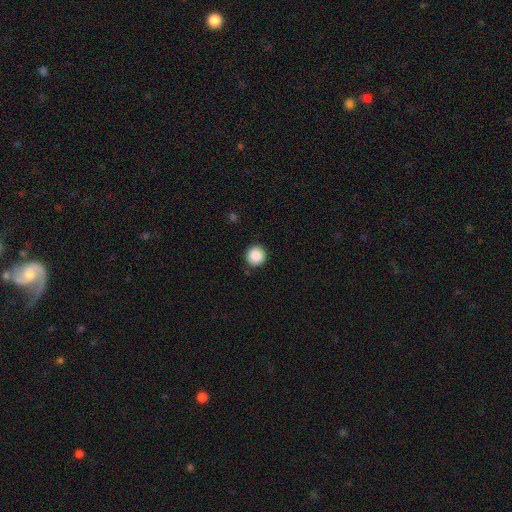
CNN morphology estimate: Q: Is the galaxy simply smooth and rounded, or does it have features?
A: smooth — 88%.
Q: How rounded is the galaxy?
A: round — 95%.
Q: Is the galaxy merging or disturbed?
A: none — 89%.